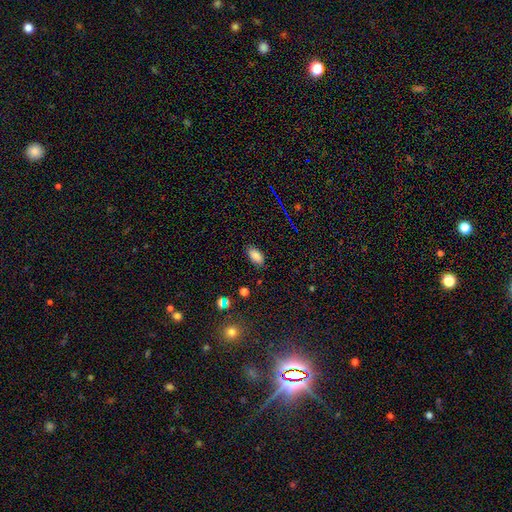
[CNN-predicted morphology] This is clearly a smooth galaxy (84%). How rounded: clearly in between (92%). Merging: clearly none (85%).